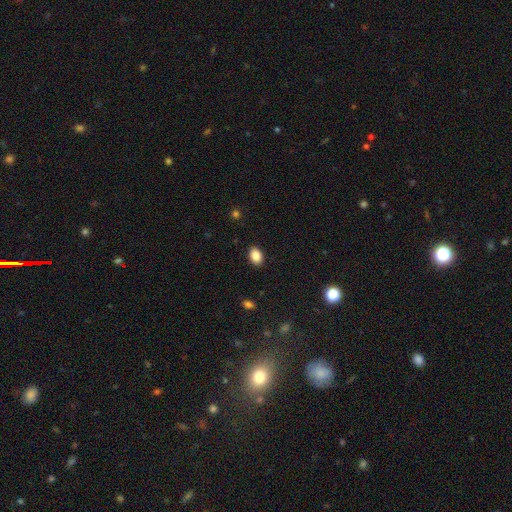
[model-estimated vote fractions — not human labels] Smooth or featured: smooth — 87% (star or artifact — 8%)
How rounded: in between — 83% (round — 16%)
Merging: none — 89% (minor disturbance — 8%)